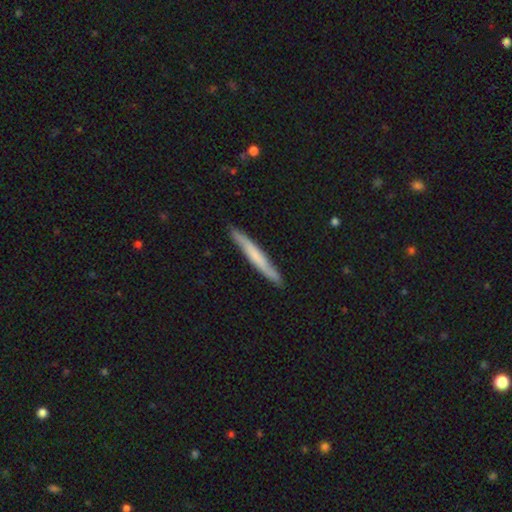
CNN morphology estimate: smooth 53%, featured or disk 42%, star or artifact 5%. Down the decision tree: how rounded — cigar-shaped (96%); merging — none (87%).